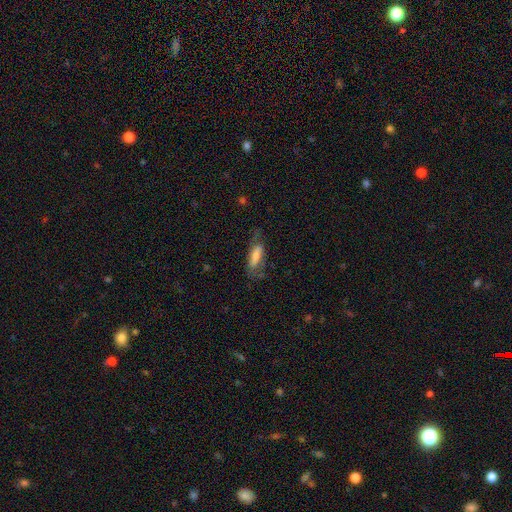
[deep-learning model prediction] Q: Smooth or featured?
A: smooth (64%); runner-up: featured or disk (29%)
Q: How rounded?
A: in between (56%); runner-up: cigar-shaped (42%)
Q: Merging?
A: none (53%); runner-up: minor disturbance (27%)